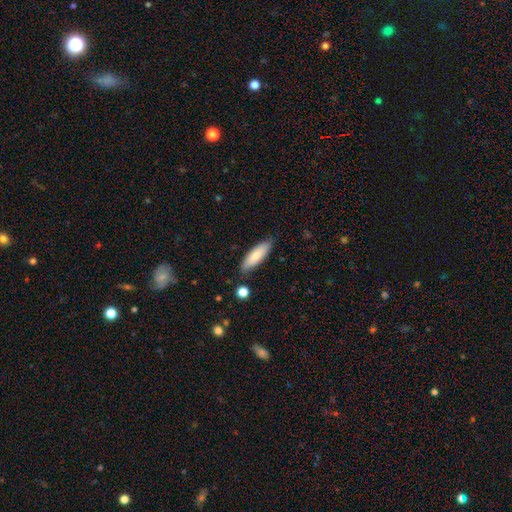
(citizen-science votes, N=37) Volunteers were most divided on "how rounded": in between: 53%, cigar-shaped: 47%, round: 0%. More confident: smooth or featured — smooth (92%); merging — none (81%).